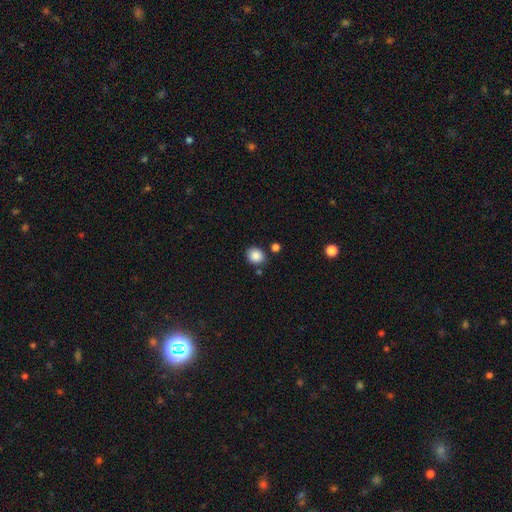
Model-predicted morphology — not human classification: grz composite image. It shows a smooth galaxy with no disk features (87%) that is round (72%). Merging: none (80%).